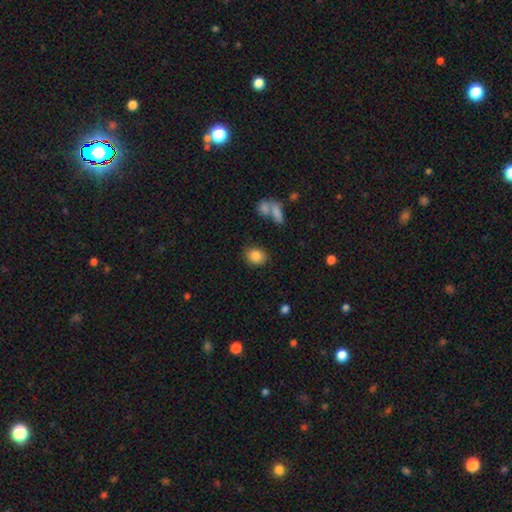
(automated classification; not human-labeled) Morphology: type=smooth (85%); roundness=round (57%); merging=none (80%).